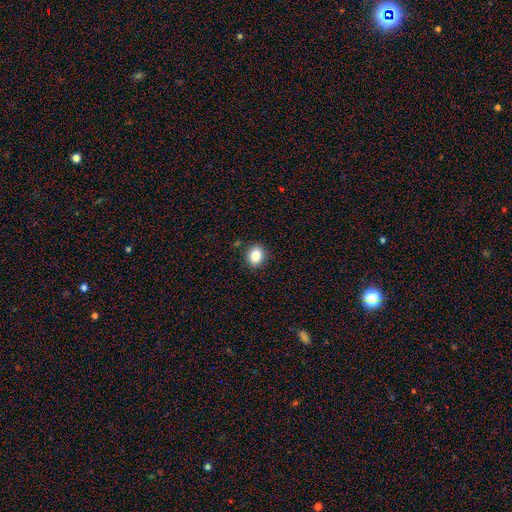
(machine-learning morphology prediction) Smooth or featured: smooth — 84% (star or artifact — 10%)
How rounded: round — 57% (in between — 42%)
Merging: none — 88% (minor disturbance — 8%)